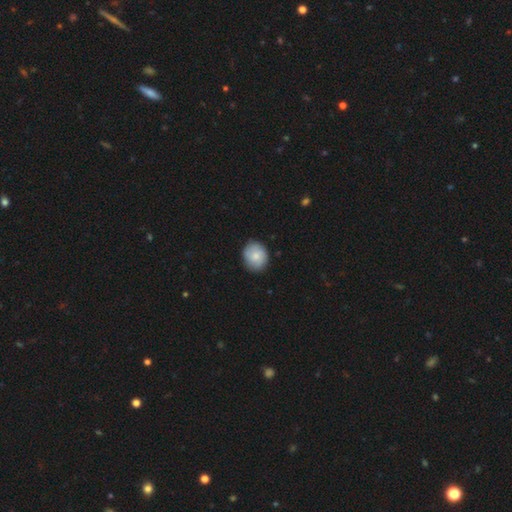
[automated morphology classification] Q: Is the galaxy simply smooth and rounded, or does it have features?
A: smooth — 76%.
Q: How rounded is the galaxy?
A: round — 72%.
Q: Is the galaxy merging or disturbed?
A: none — 84%.